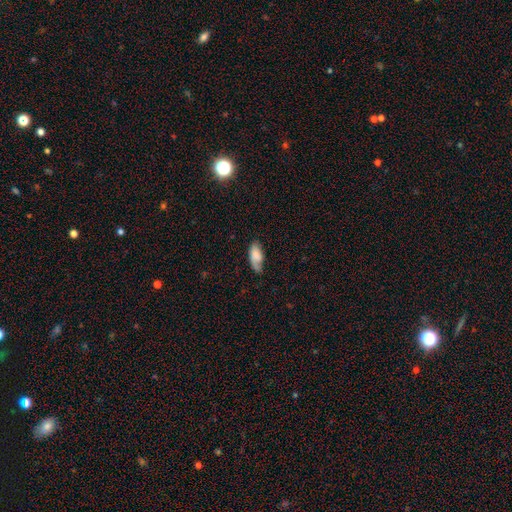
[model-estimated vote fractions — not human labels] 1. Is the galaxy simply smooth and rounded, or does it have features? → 77% smooth, 16% featured or disk, 7% star or artifact.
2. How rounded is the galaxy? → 86% in between, 11% cigar-shaped, 2% round.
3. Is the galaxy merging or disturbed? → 55% none, 33% minor disturbance, 10% major disturbance, 3% merger.